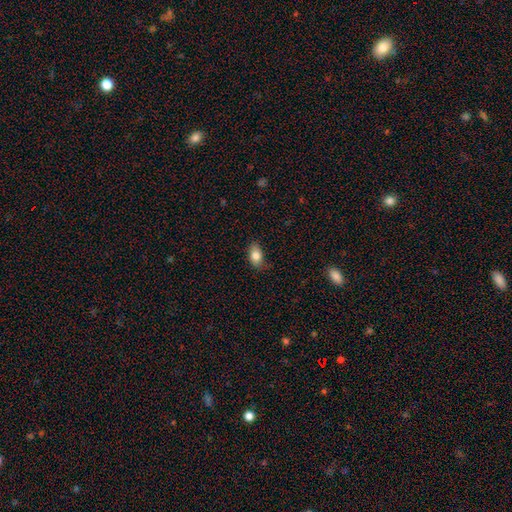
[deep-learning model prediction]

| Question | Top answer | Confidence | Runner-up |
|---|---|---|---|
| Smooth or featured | smooth | 83% | featured or disk (8%) |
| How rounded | in between | 85% | round (13%) |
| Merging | none | 74% | minor disturbance (21%) |